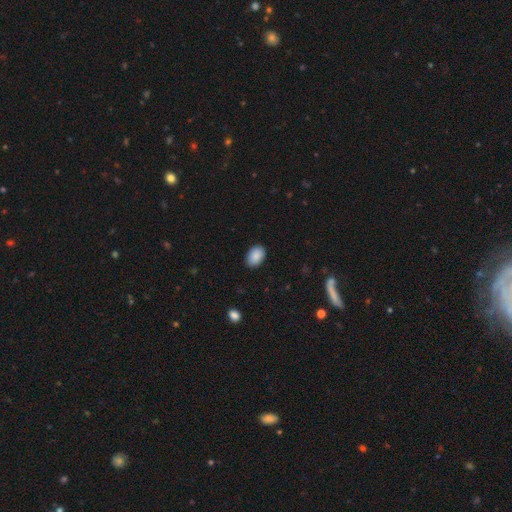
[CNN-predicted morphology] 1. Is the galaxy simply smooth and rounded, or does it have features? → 89% smooth, 7% star or artifact, 4% featured or disk.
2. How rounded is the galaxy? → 85% in between, 14% round, 1% cigar-shaped.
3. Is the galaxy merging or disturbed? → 88% none, 9% minor disturbance, 2% major disturbance, 1% merger.